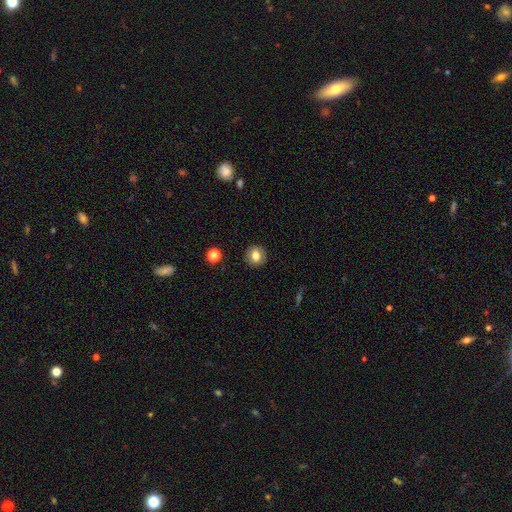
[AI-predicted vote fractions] This appears to be a smooth galaxy with no disk features (77%) that is round (87%). Merging: none (91%).